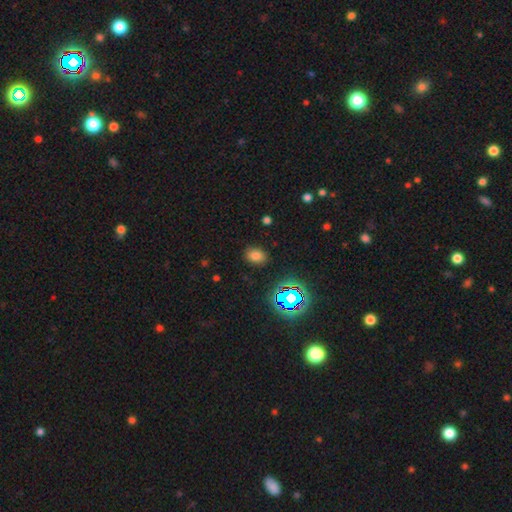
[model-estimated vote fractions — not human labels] A smooth galaxy with no disk features (73%) that is in between round and cigar-shaped (69%). Merging: none (86%).